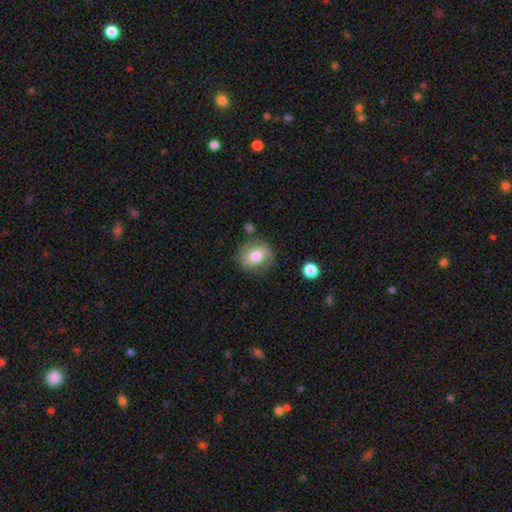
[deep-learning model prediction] The model was most divided on "how rounded": round: 54%, in between: 44%, cigar-shaped: 2%. More confident: merging — none (72%); smooth or featured — smooth (70%).